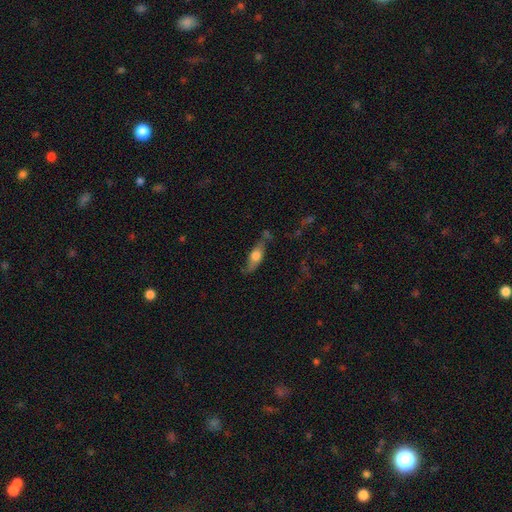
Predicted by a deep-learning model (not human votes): A smooth galaxy with no disk features (55%) that is in between round and cigar-shaped (54%).

Vote fractions:
- Smooth or featured? smooth: 55% / featured or disk: 37% / star or artifact: 7%
- How rounded? in between: 54% / cigar-shaped: 42% / round: 4%
- Merging? none: 61% / minor disturbance: 24% / major disturbance: 8% / merger: 7%